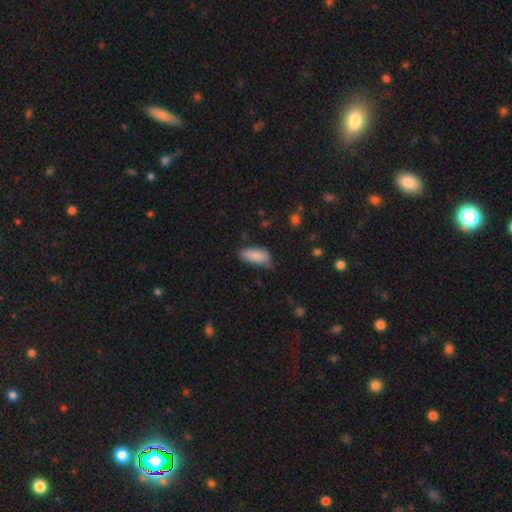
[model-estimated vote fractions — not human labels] This is clearly a smooth galaxy (86%). How rounded: clearly in between (83%). Merging: possibly none (55%).